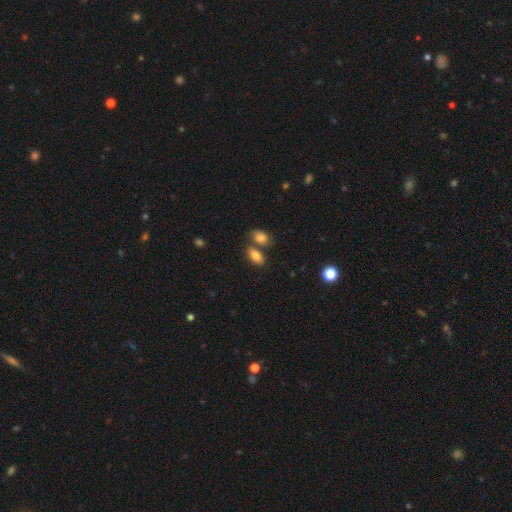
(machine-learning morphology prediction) type=smooth (82%); roundness=in between (89%); merging=none (57%).